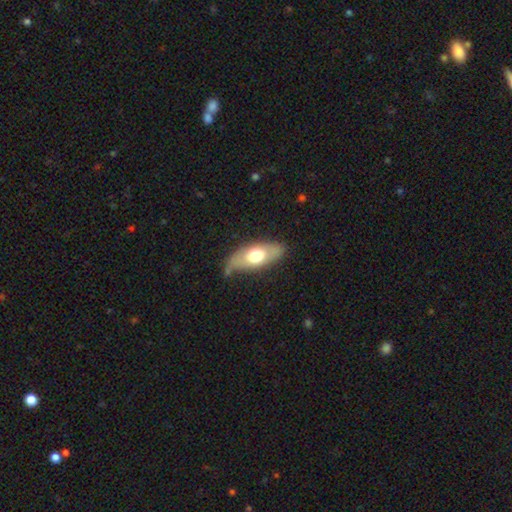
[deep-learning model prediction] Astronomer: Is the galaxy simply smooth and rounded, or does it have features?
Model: smooth — 60%.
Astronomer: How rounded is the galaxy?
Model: in between — 80%.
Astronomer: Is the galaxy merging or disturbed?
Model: none — 67%.